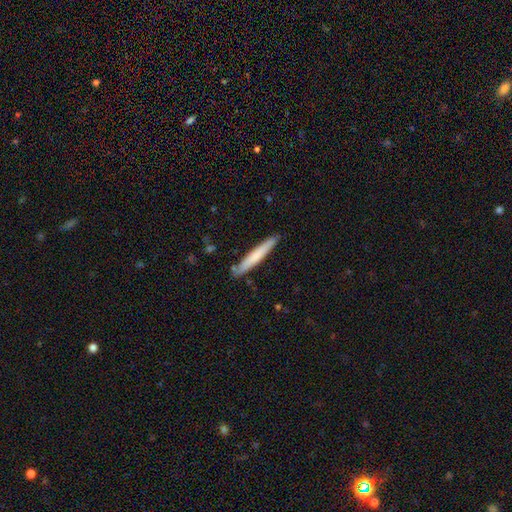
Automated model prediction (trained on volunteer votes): This is likely a smooth galaxy (65%). How rounded: clearly cigar-shaped (96%). Merging: clearly none (88%).